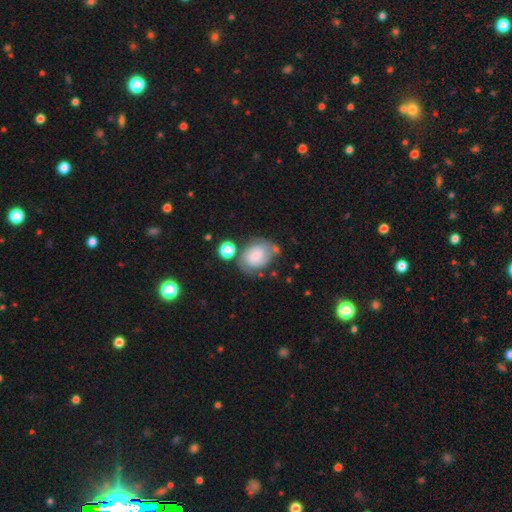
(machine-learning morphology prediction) This appears to be a smooth galaxy with no disk features (52%) that is in between round and cigar-shaped (62%). Merging: none (54%).